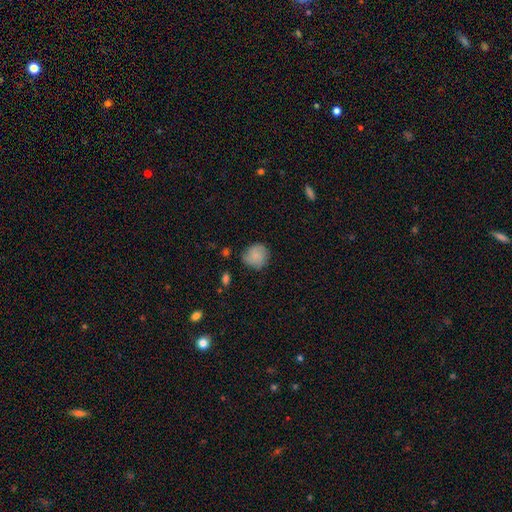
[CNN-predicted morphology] The model was most divided on "merging": none: 69%, minor disturbance: 24%, major disturbance: 5%, merger: 2%. More confident: how rounded — round (83%); smooth or featured — smooth (82%).